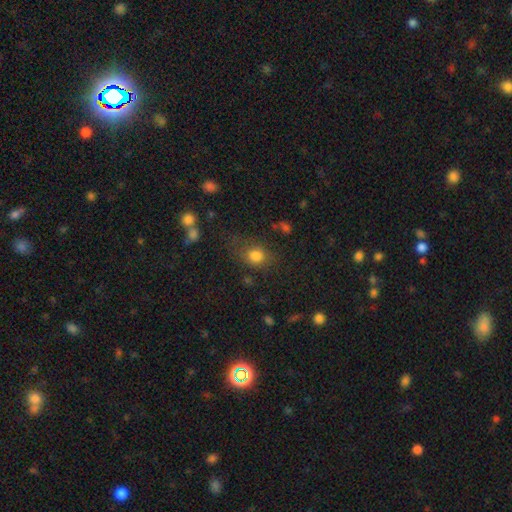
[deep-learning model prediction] smooth-or-featured: smooth: 79% | star or artifact: 13% | featured or disk: 8%
  how-rounded: round: 57% | in between: 41% | cigar-shaped: 2%
  merging: none: 63% | minor disturbance: 20% | major disturbance: 12% | merger: 5%